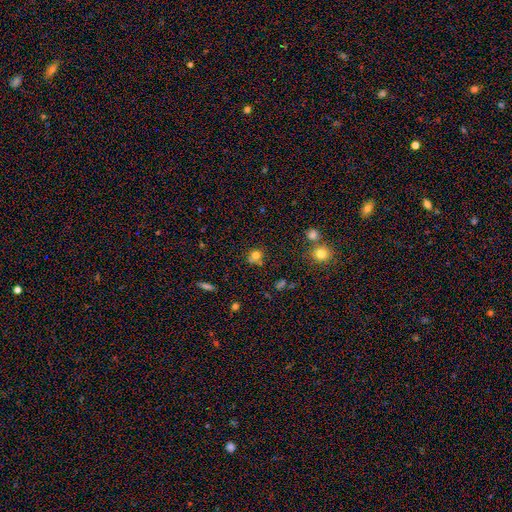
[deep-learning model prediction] smooth 74%, star or artifact 17%, featured or disk 10%. Down the decision tree: how rounded — round (82%); merging — none (65%).